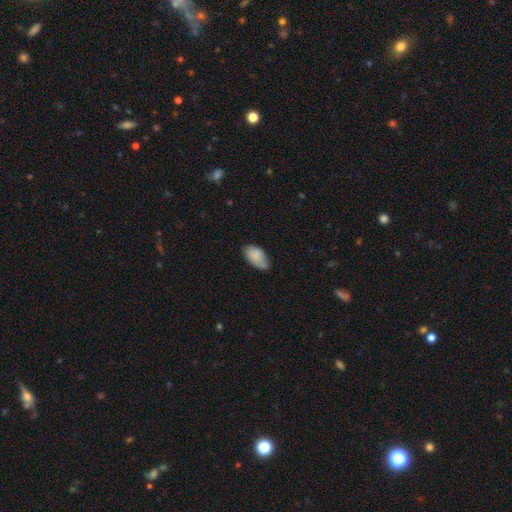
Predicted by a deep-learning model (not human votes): Smooth or featured?
  - smooth: 82% *
  - featured or disk: 11%
  - star or artifact: 7%
How rounded?
  - in between: 93% *
  - round: 4%
  - cigar-shaped: 2%
Merging?
  - none: 54% *
  - minor disturbance: 35%
  - major disturbance: 7%
  - merger: 4%